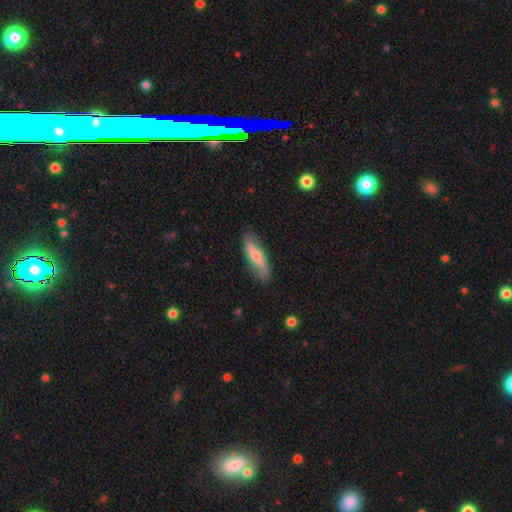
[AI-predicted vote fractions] This is possibly a featured or disk galaxy (50%). It is possibly not viewed edge-on (57%). Merging: likely none (76%).